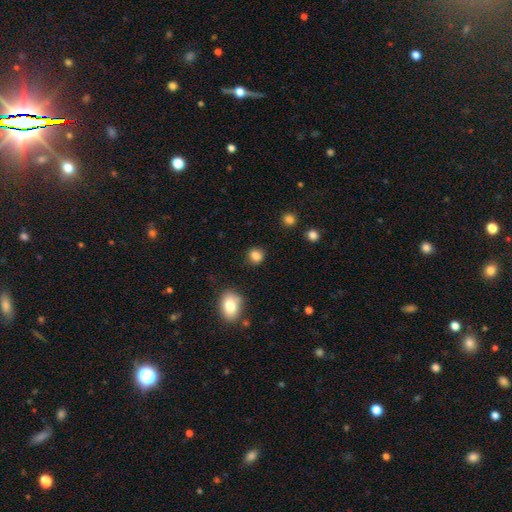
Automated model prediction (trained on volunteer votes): The model was most divided on "how rounded": round: 78%, in between: 21%, cigar-shaped: 1%. More confident: merging — none (85%); smooth or featured — smooth (84%).